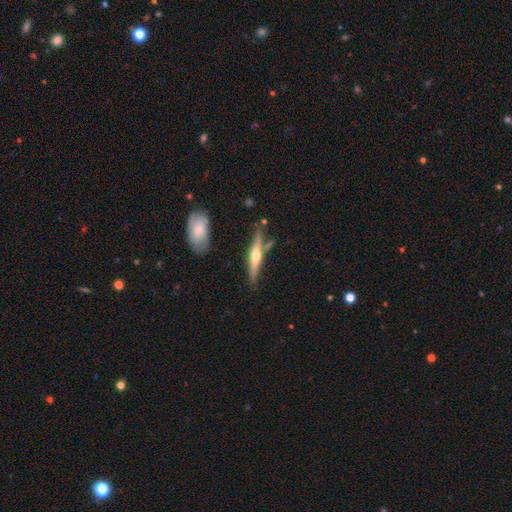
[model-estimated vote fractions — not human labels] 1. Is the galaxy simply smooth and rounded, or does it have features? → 63% featured or disk, 32% smooth, 5% star or artifact.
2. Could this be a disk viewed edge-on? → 95% yes, 5% no.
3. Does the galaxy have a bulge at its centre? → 89% rounded, 6% none, 4% boxy.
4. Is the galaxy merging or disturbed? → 76% none, 13% minor disturbance, 8% merger, 3% major disturbance.